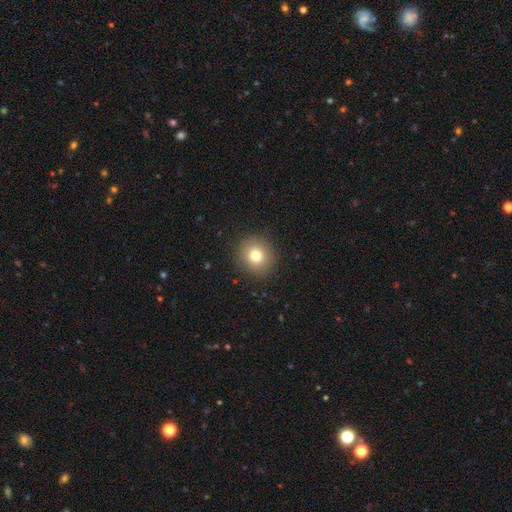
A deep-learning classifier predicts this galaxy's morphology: type=smooth (77%); roundness=round (88%); merging=none (90%).